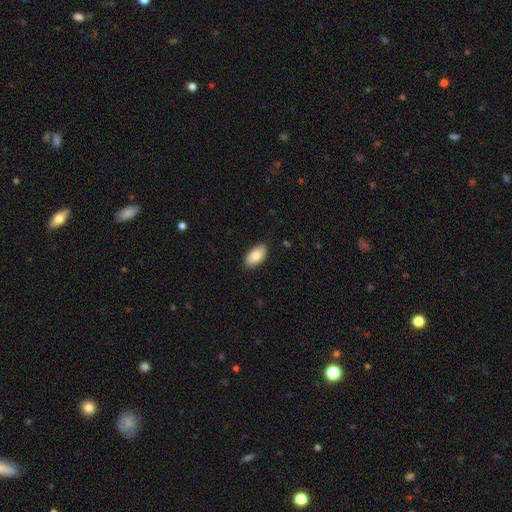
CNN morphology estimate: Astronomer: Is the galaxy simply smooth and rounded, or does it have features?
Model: smooth — 86%.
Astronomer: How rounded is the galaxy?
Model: in between — 95%.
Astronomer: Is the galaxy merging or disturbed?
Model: none — 87%.